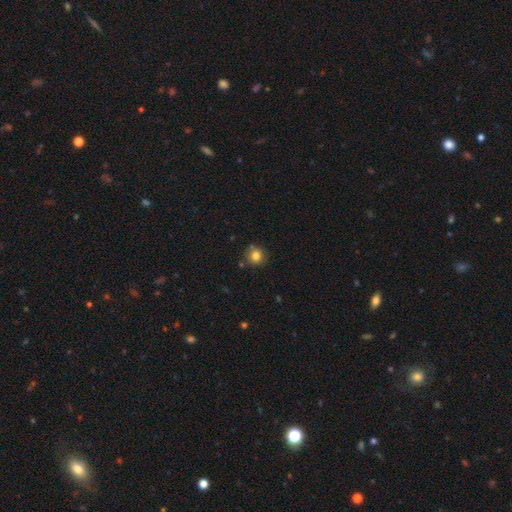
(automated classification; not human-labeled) A smooth galaxy with no disk features (81%) that is round (89%).

Vote fractions:
- Smooth or featured? smooth: 81% / star or artifact: 12% / featured or disk: 7%
- How rounded? round: 89% / in between: 10% / cigar-shaped: 1%
- Merging? none: 77% / minor disturbance: 13% / merger: 6% / major disturbance: 3%